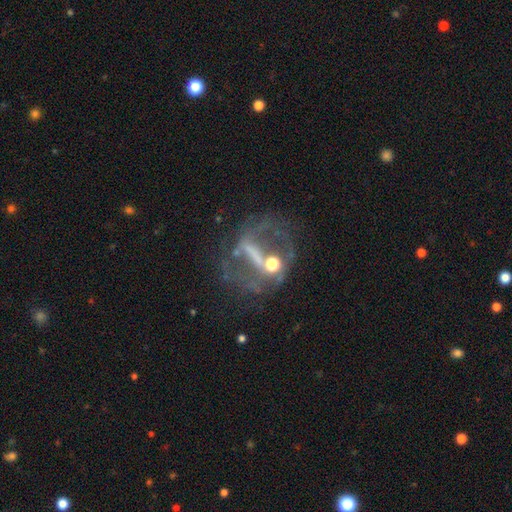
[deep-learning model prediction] This appears to be a featured or disk galaxy (68%) with a strong bar (50%), no spiral arms (55%) and a moderate central bulge (38%). Merging: none (43%).